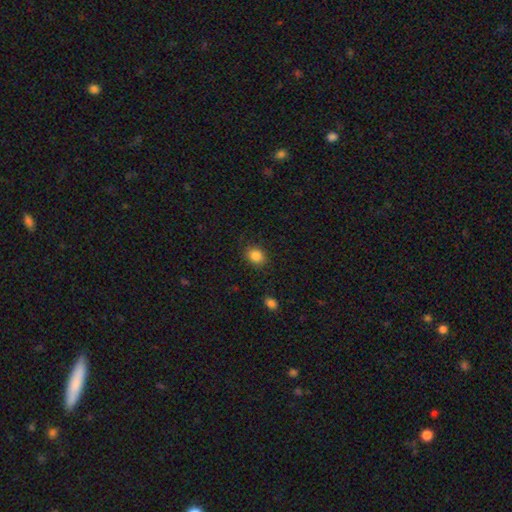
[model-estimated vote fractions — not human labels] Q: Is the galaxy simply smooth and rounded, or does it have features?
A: smooth — 86%.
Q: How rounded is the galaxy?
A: round — 56%.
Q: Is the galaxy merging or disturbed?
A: none — 86%.